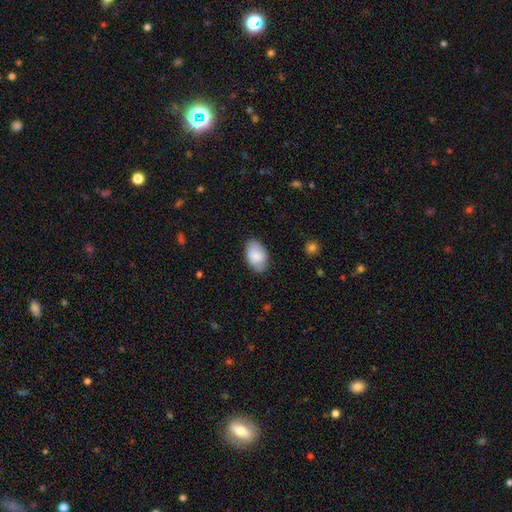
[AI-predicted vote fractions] smooth_or_featured: smooth (p=0.81) [alt: featured or disk p=0.13]
how_rounded: in between (p=0.91) [alt: round p=0.08]
merging: none (p=0.74) [alt: minor disturbance p=0.21]